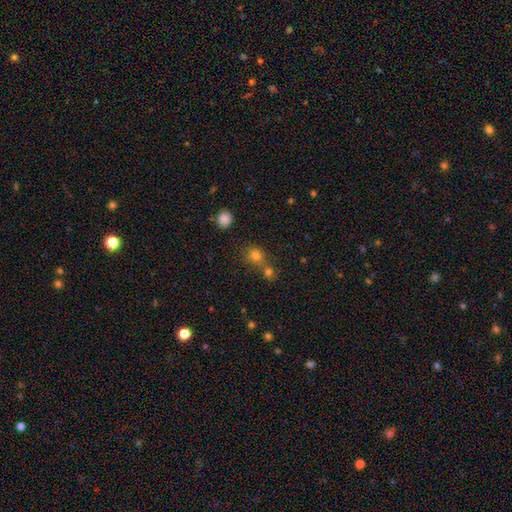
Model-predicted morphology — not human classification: The model was most divided on "merging": none: 49%, merger: 39%, minor disturbance: 9%, major disturbance: 4%. More confident: how rounded — round (80%); smooth or featured — smooth (76%).